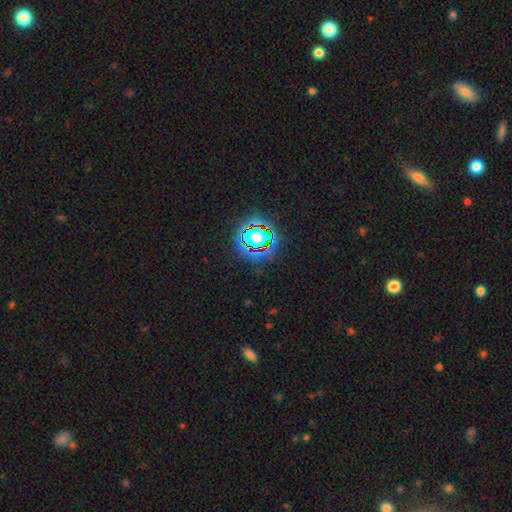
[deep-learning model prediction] smooth-or-featured: star or artifact: 79% | smooth: 14% | featured or disk: 8%